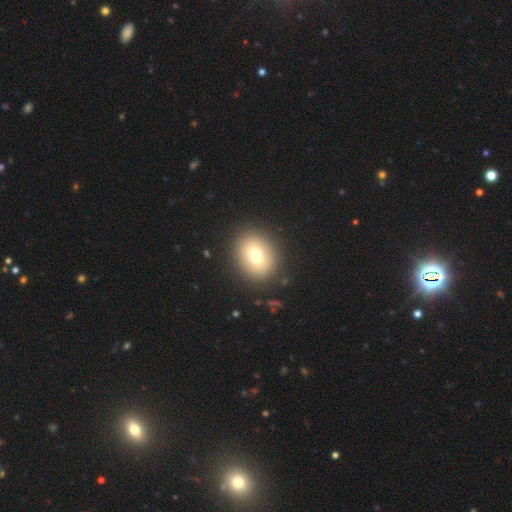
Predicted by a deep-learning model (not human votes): Smooth or featured? smooth (71%)
How rounded? round (56%)
Merging? none (88%)